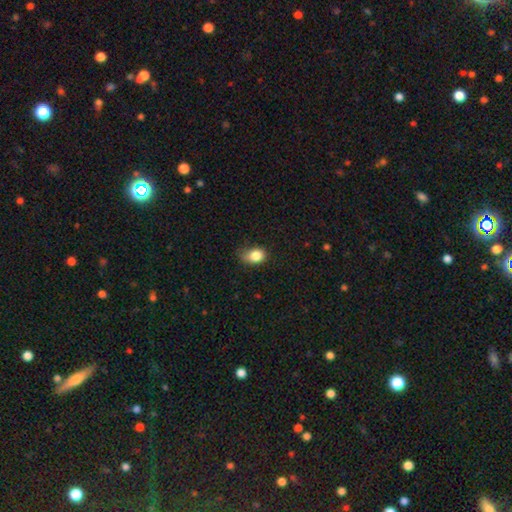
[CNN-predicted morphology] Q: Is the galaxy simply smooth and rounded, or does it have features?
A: smooth — 83%.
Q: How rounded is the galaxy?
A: in between — 64%.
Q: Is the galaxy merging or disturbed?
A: none — 48%.